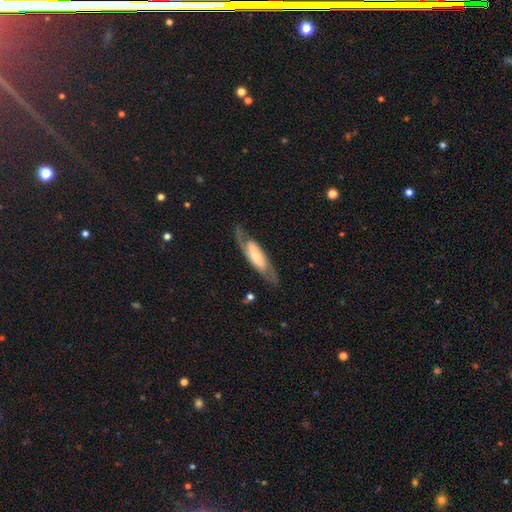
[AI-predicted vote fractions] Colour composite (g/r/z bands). It shows a featured or disk galaxy (71%) with no bar (38%), spiral arms (85%) and a small central bulge (45%). Merging: none (71%).